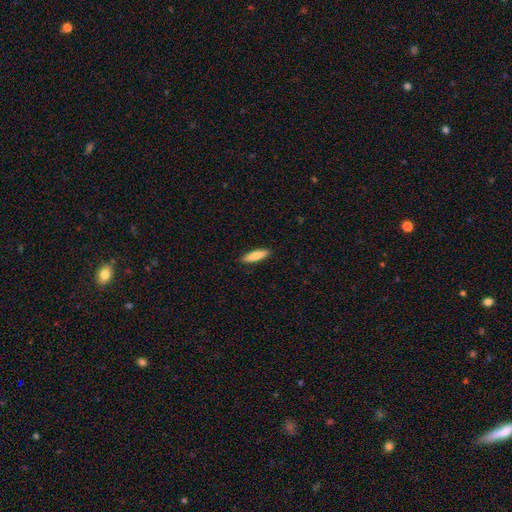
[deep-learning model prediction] A smooth galaxy with no disk features (85%) that is cigar-shaped (70%).

Vote fractions:
- Smooth or featured? smooth: 85% / featured or disk: 10% / star or artifact: 5%
- How rounded? cigar-shaped: 70% / in between: 29% / round: 2%
- Merging? none: 90% / minor disturbance: 7% / major disturbance: 2% / merger: 1%